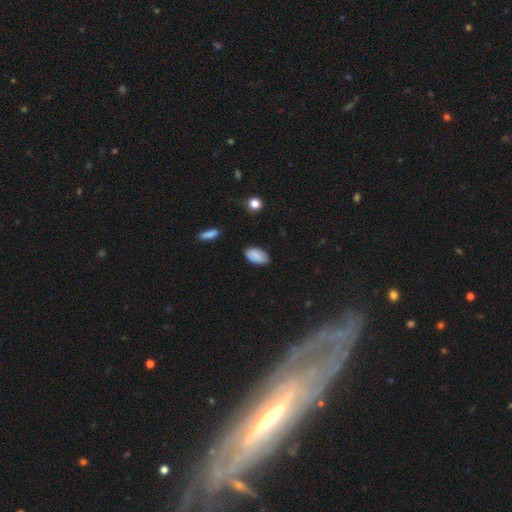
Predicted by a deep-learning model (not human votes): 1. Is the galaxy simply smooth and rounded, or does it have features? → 84% smooth, 9% featured or disk, 7% star or artifact.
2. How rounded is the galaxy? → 94% in between, 4% round, 2% cigar-shaped.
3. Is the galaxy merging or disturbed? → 81% none, 15% minor disturbance, 2% major disturbance, 1% merger.